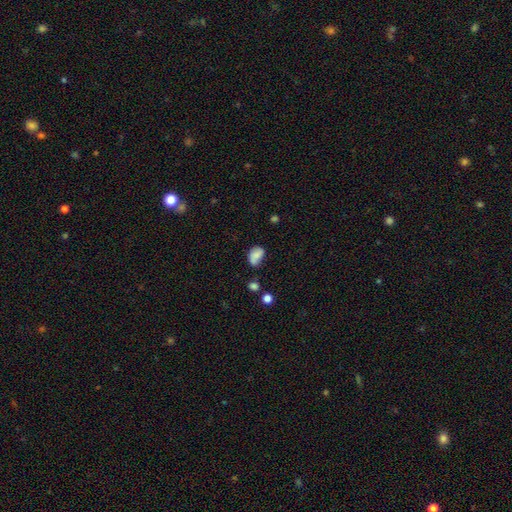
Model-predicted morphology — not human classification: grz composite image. It shows a smooth galaxy with no disk features (76%) that is in between round and cigar-shaped (78%). Merging: none (44%).